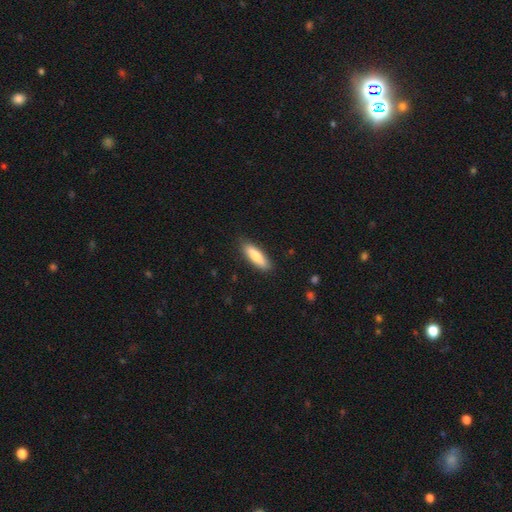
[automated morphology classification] This appears to be a smooth galaxy with no disk features (78%) that is cigar-shaped (56%). Merging: none (87%).